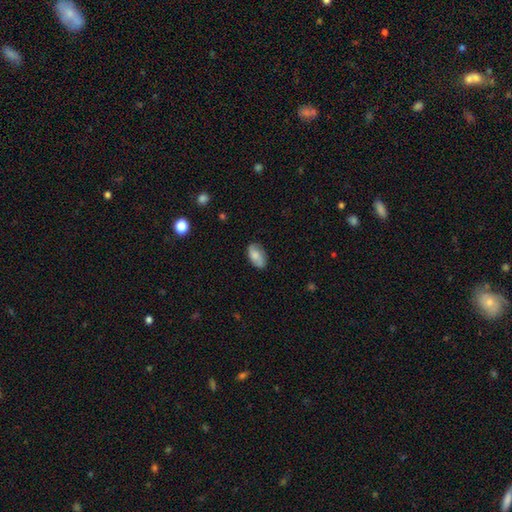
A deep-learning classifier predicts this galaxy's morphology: A smooth galaxy with no disk features (76%) that is in between round and cigar-shaped (93%). Merging: none (77%).